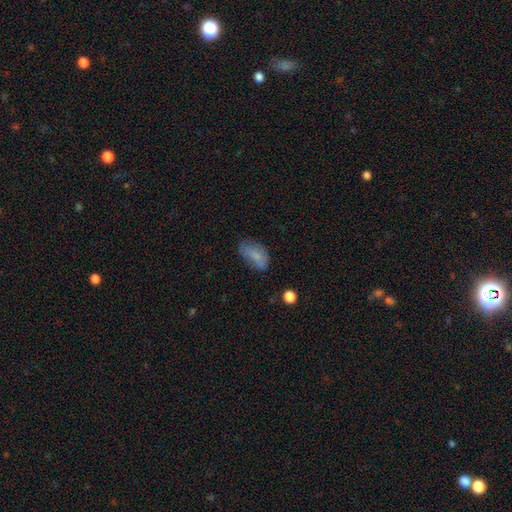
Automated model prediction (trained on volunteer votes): smooth_or_featured: smooth (p=0.73) [alt: featured or disk p=0.18]
how_rounded: in between (p=0.90) [alt: cigar-shaped p=0.05]
merging: none (p=0.53) [alt: minor disturbance p=0.31]